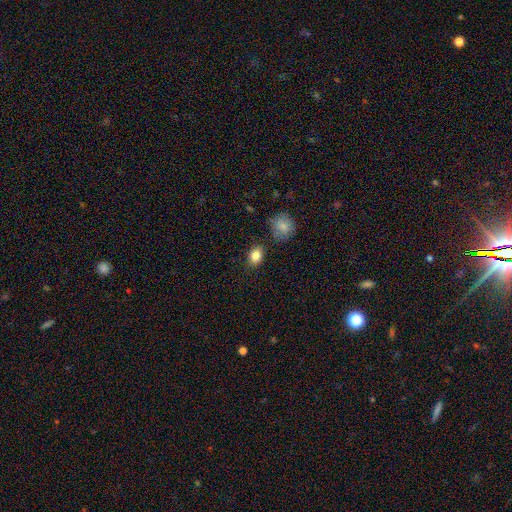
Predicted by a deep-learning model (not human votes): Overall: smooth (84%). How rounded: in between (65%; round 34%). Merging: none (82%).